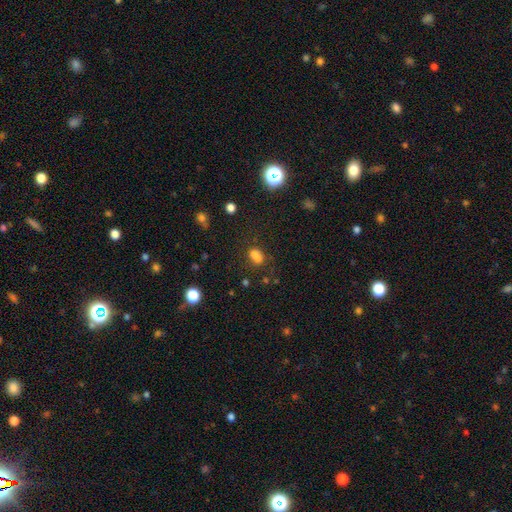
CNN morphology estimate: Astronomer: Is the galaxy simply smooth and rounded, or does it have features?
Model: smooth — 75%.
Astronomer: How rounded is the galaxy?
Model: in between — 75%.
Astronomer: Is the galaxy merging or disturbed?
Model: none — 64%.